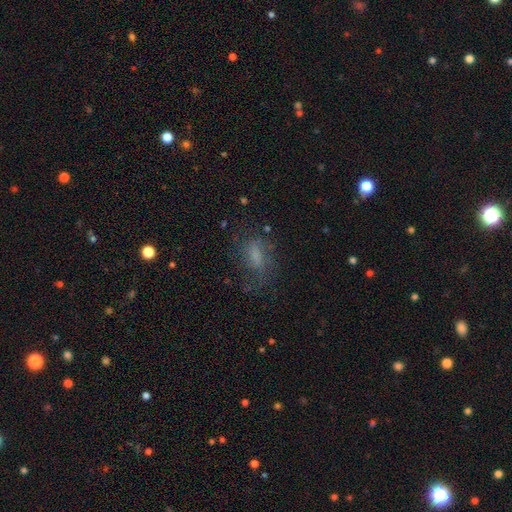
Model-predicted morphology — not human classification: smooth 52%, featured or disk 33%, star or artifact 16%. Down the decision tree: how rounded — in between (75%); merging — none (57%).